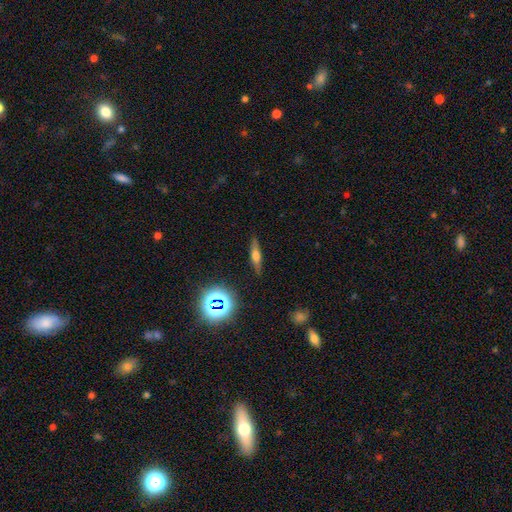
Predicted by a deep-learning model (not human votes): Morphology: type=featured or disk (45%); merging=none (86%).